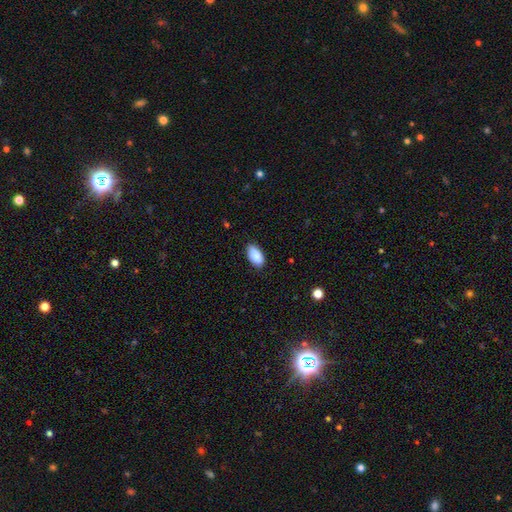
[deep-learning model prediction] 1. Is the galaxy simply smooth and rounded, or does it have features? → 89% smooth, 6% star or artifact, 4% featured or disk.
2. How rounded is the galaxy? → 95% in between, 3% round, 2% cigar-shaped.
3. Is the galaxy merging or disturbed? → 84% none, 13% minor disturbance, 2% major disturbance, 1% merger.